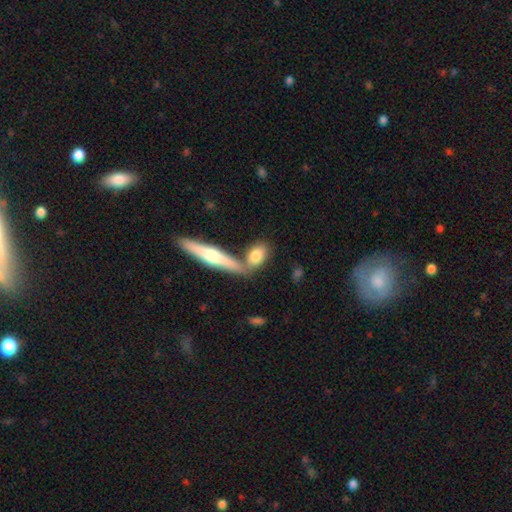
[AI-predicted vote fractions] Smooth or featured? Predicted: smooth (p=0.76). How rounded? Predicted: in between (p=0.73). Merging? Predicted: none (p=0.51).